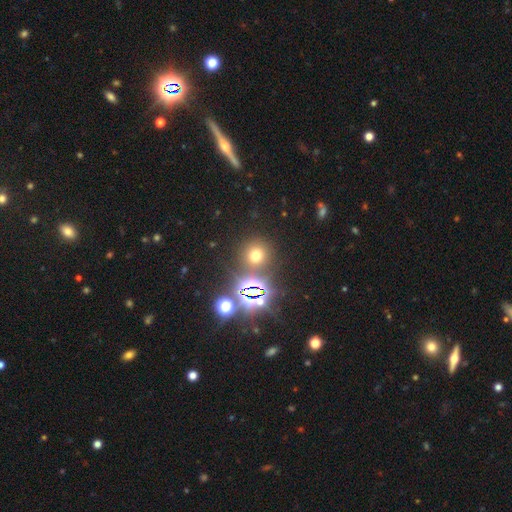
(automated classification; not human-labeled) Smooth or featured: smooth — 54% (star or artifact — 37%)
How rounded: round — 90% (in between — 8%)
Merging: none — 80% (merger — 8%)